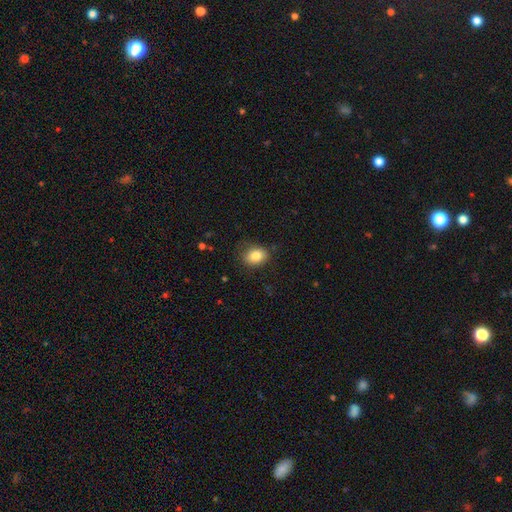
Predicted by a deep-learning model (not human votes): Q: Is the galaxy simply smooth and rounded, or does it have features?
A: smooth — 84%.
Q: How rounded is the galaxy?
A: in between — 58%.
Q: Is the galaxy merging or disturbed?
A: none — 77%.